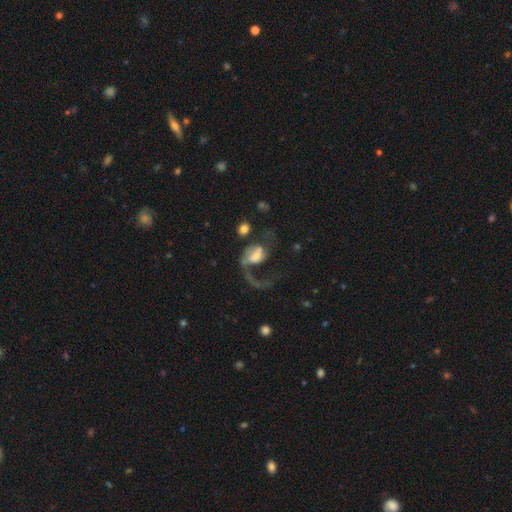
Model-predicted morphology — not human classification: Overall: featured or disk (65%; smooth 26%). Edge-on disk: no (97%). Bar: no (46%; weak 38%). Spiral arms: yes (81%). Spiral arm count: 1 (70%). Spiral winding: loose (75%). Bulge size: moderate (36%; small 25%). Merging: major disturbance (51%; none 23%).